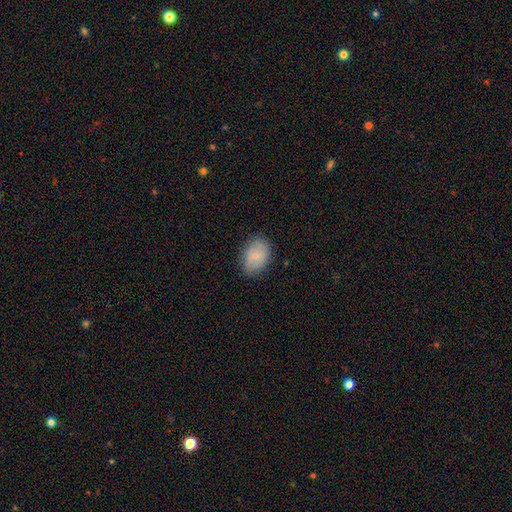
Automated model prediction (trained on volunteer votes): Overall: smooth (74%). How rounded: in between (80%). Merging: none (82%).